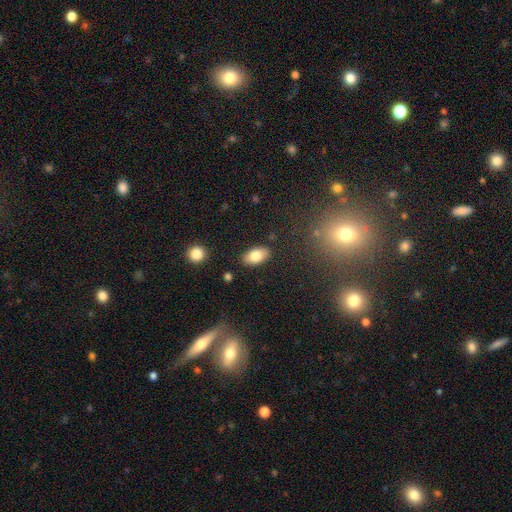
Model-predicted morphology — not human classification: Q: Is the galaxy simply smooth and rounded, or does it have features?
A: smooth — 82%.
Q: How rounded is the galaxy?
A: in between — 93%.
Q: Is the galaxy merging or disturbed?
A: none — 86%.